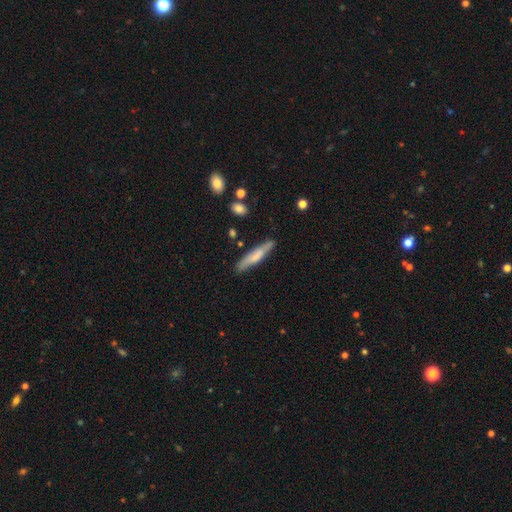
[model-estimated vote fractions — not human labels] Smooth or featured?
  - smooth: 62% *
  - featured or disk: 32%
  - star or artifact: 6%
How rounded?
  - cigar-shaped: 87% *
  - in between: 11%
  - round: 1%
Merging?
  - none: 79% *
  - minor disturbance: 16%
  - major disturbance: 3%
  - merger: 3%